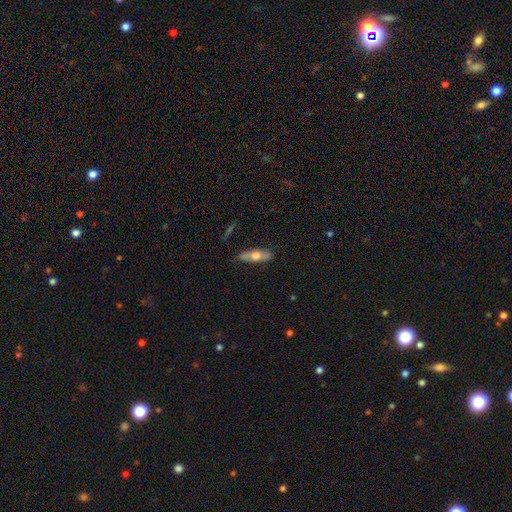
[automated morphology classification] smooth-or-featured: smooth: 53% | featured or disk: 41% | star or artifact: 6%
  how-rounded: cigar-shaped: 49% | in between: 48% | round: 3%
  merging: none: 84% | minor disturbance: 12% | major disturbance: 3% | merger: 1%